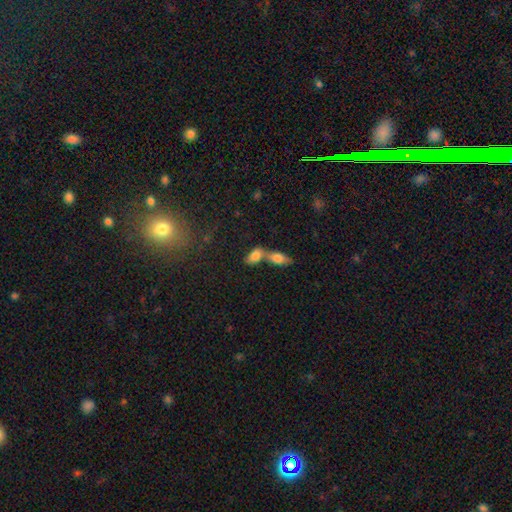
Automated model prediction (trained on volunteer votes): Smooth or featured? Predicted: smooth (p=0.78). How rounded? Predicted: in between (p=0.87). Merging? Predicted: merger (p=0.64).